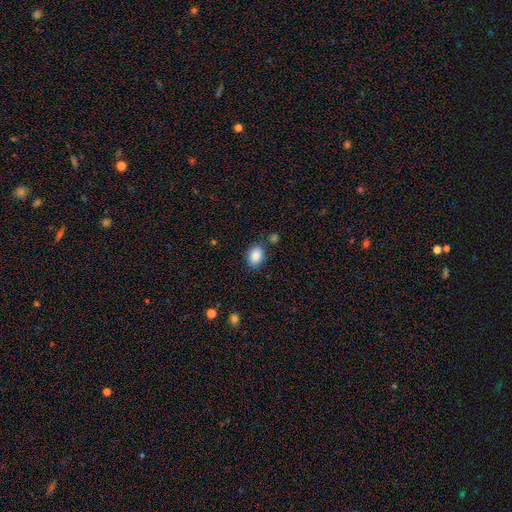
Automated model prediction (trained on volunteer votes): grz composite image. It shows a smooth galaxy with no disk features (88%) that is in between round and cigar-shaped (75%). Merging: none (79%).